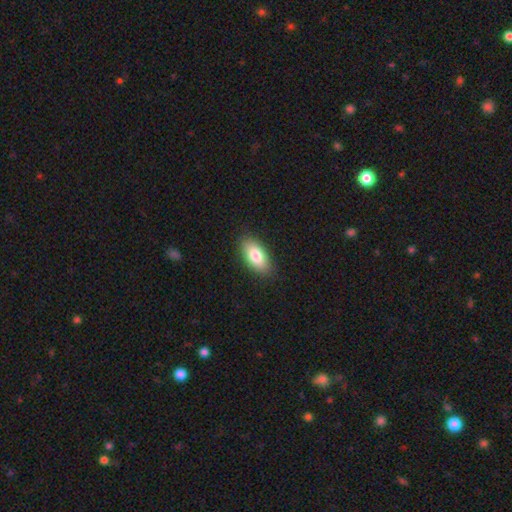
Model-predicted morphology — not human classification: The model was most divided on "smooth or featured": smooth: 82%, featured or disk: 12%, star or artifact: 6%. More confident: how rounded — in between (91%); merging — none (88%).